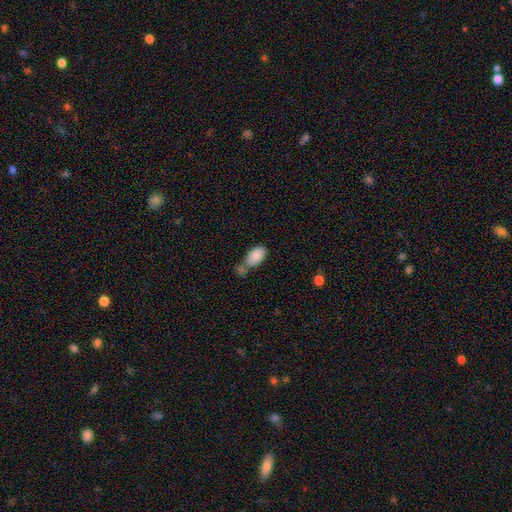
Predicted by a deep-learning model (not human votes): Smooth or featured? smooth (87%)
How rounded? in between (94%)
Merging? none (39%)